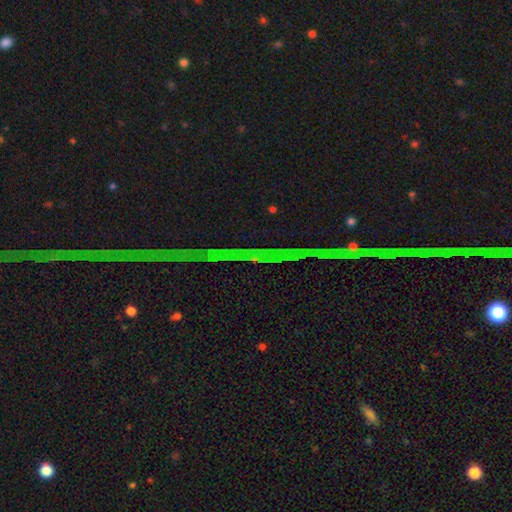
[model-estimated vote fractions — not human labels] This appears to be a star or artifact, not a galaxy (87%).